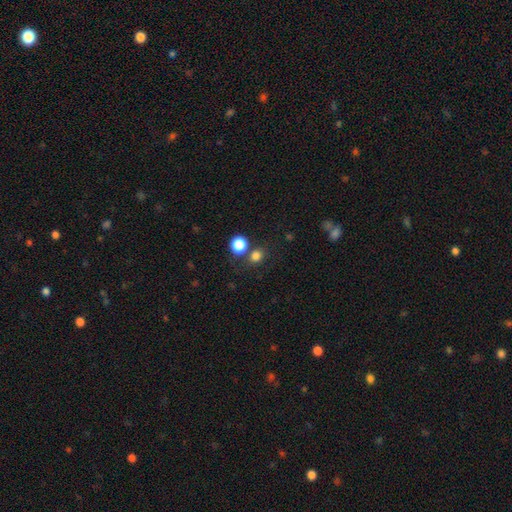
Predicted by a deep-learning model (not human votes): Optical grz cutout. It shows a smooth galaxy with no disk features (80%) that is round (75%). Merging: none (68%).